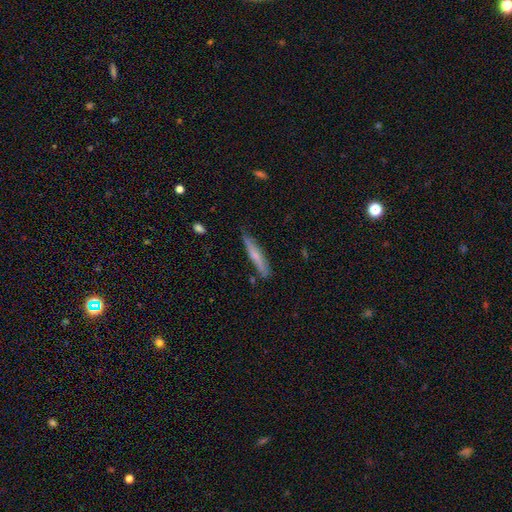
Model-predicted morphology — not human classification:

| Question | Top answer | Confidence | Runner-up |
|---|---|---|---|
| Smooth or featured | smooth | 54% | featured or disk (40%) |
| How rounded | cigar-shaped | 92% | in between (7%) |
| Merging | none | 79% | minor disturbance (16%) |